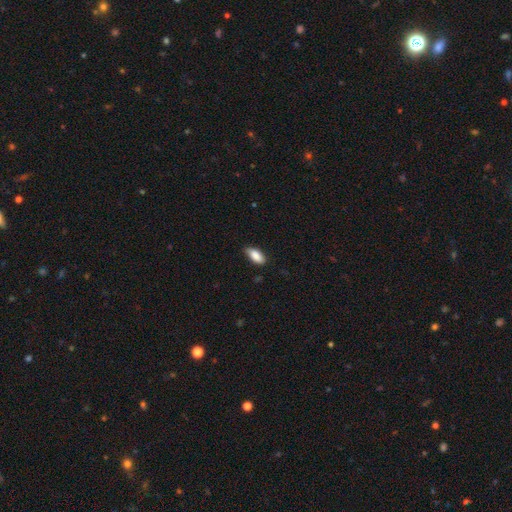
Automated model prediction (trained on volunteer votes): smooth-or-featured: smooth: 88% | star or artifact: 7% | featured or disk: 6%
  how-rounded: in between: 87% | cigar-shaped: 10% | round: 2%
  merging: none: 76% | minor disturbance: 20% | major disturbance: 3% | merger: 1%